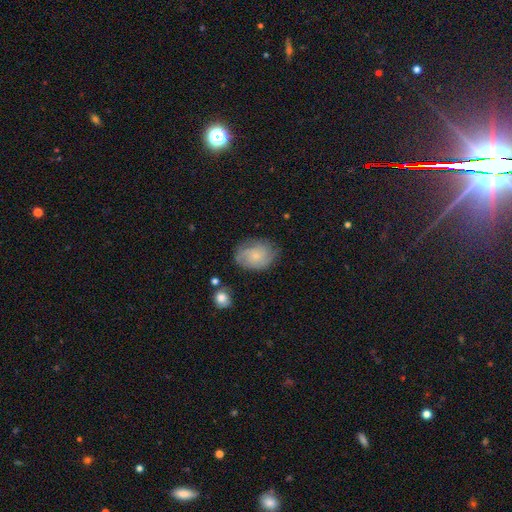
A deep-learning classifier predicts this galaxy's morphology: A smooth galaxy with no disk features (50%).

Vote fractions:
- Smooth or featured? smooth: 50% / featured or disk: 42% / star or artifact: 8%
- Merging? none: 70% / minor disturbance: 22% / major disturbance: 7% / merger: 2%